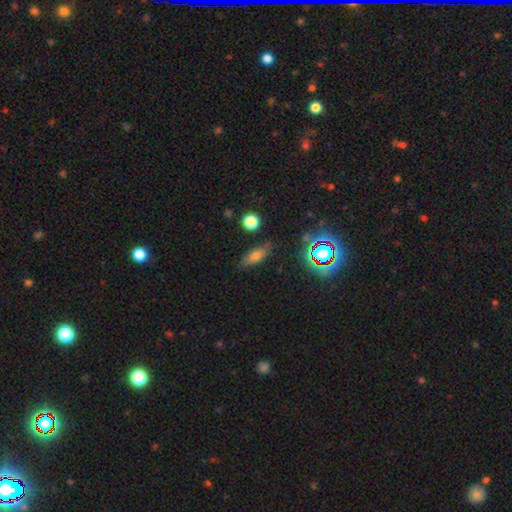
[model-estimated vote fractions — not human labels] This appears to be a smooth galaxy with no disk features (64%) that is in between round and cigar-shaped (63%). Merging: none (79%).